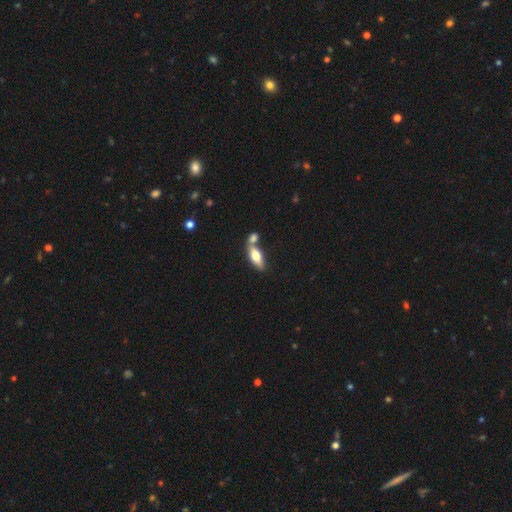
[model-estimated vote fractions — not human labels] smooth_or_featured: smooth (p=0.66) [alt: featured or disk p=0.28]
how_rounded: in between (p=0.70) [alt: cigar-shaped p=0.27]
merging: none (p=0.44) [alt: merger p=0.41]